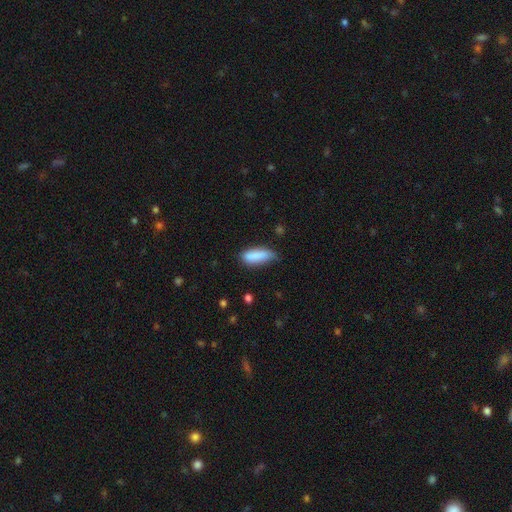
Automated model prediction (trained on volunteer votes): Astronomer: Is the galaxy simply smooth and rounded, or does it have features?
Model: smooth — 86%.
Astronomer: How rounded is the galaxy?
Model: in between — 64%.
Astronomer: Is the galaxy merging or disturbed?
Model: none — 55% (runner-up: minor disturbance, 34%).